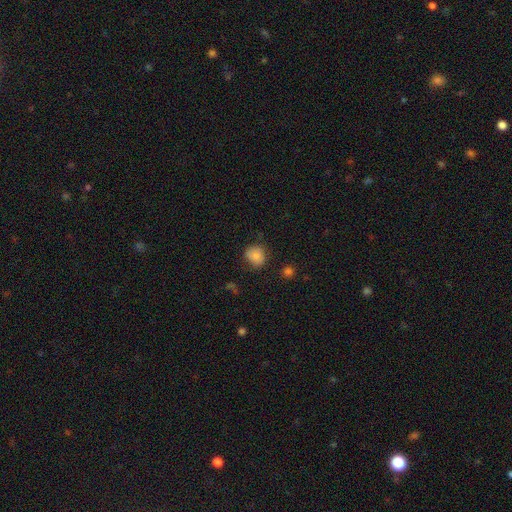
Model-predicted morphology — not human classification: smooth 81%, star or artifact 10%, featured or disk 8%. Down the decision tree: how rounded — round (77%); merging — none (71%).